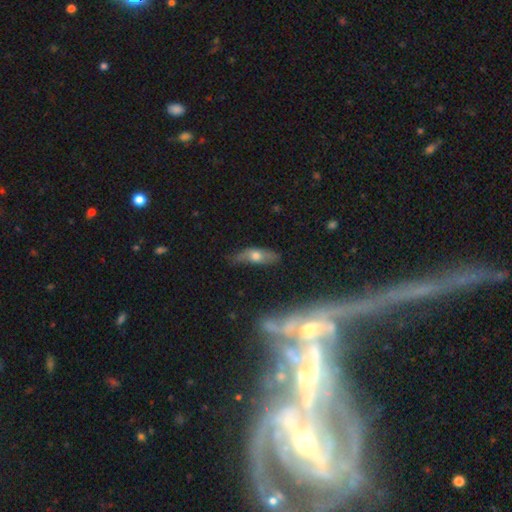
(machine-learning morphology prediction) Smooth or featured: featured or disk — 46% (smooth — 45%)
Merging: none — 60% (minor disturbance — 26%)